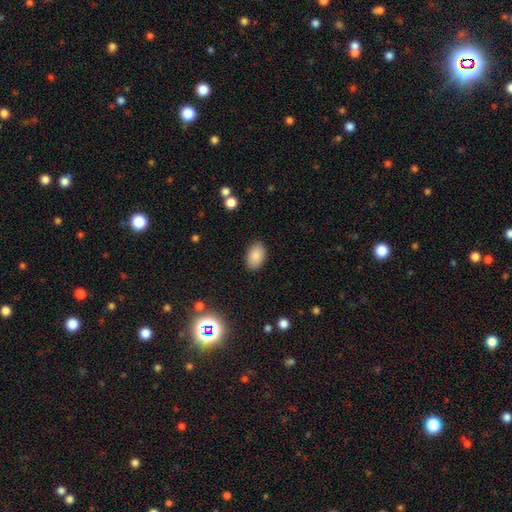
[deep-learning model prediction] smooth 86%, star or artifact 8%, featured or disk 6%. Down the decision tree: how rounded — in between (91%); merging — none (88%).